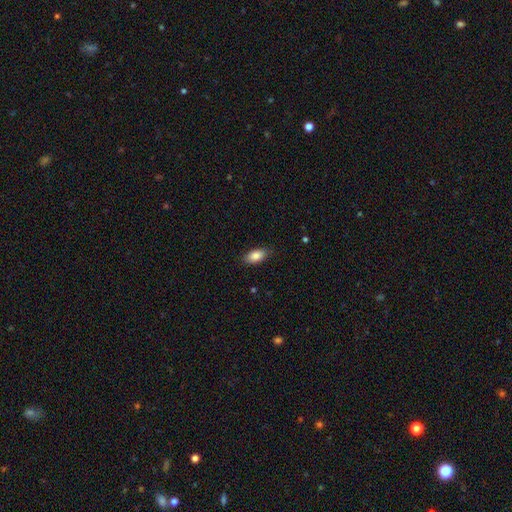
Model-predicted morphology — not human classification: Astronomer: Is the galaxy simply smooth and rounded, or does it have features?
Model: smooth — 86%.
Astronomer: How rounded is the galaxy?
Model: in between — 90%.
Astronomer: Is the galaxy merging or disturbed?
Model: none — 85%.